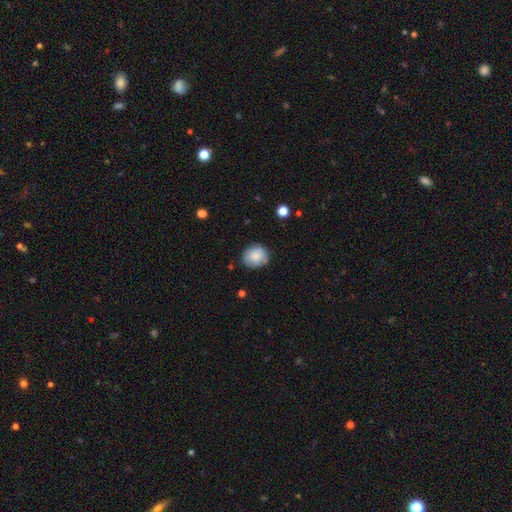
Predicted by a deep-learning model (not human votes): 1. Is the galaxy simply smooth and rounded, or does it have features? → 81% smooth, 11% featured or disk, 7% star or artifact.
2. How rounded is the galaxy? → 73% round, 26% in between, 1% cigar-shaped.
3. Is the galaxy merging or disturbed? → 77% none, 18% minor disturbance, 4% major disturbance, 2% merger.